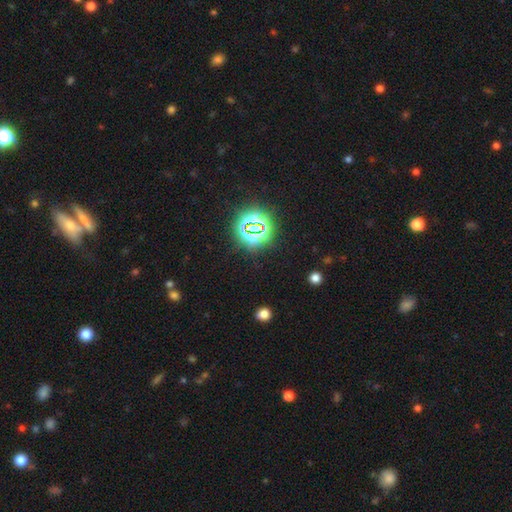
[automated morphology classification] star or artifact 73%, smooth 20%, featured or disk 7%.